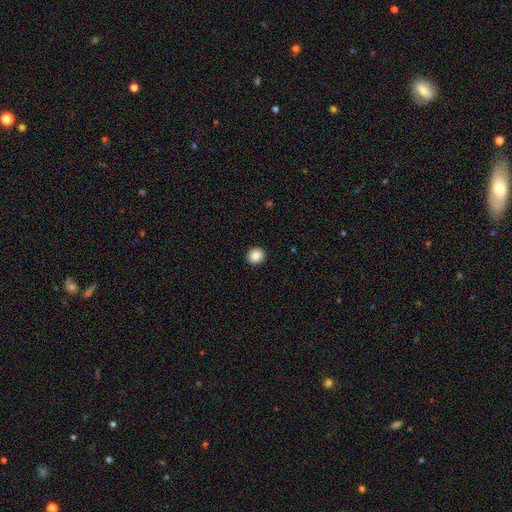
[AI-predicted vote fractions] This appears to be a smooth galaxy with no disk features (88%) that is round (84%). Merging: none (92%).